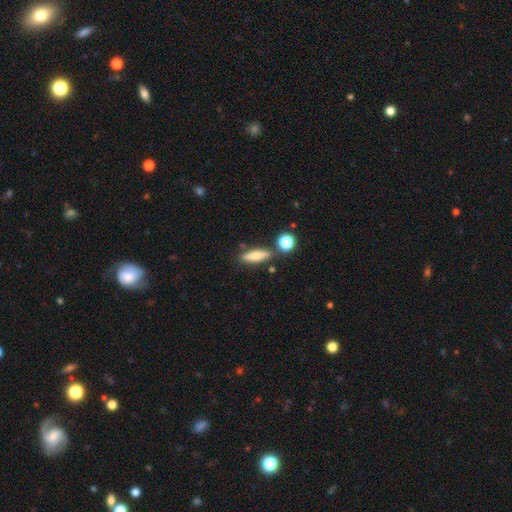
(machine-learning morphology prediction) This appears to be a smooth galaxy with no disk features (60%) that is cigar-shaped (65%). Merging: none (79%).